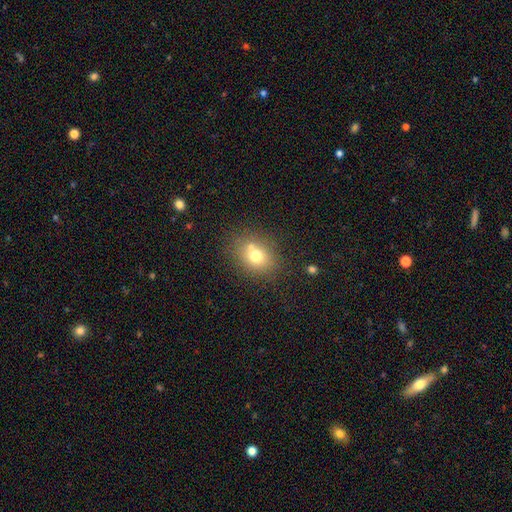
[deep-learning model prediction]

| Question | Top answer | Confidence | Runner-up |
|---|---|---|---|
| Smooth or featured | smooth | 70% | featured or disk (16%) |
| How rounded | round | 55% | in between (44%) |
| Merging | none | 64% | merger (20%) |